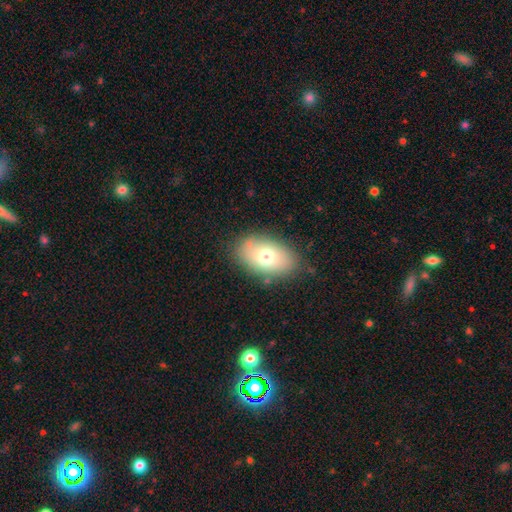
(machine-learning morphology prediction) Smooth or featured: smooth — 71% (featured or disk — 20%)
How rounded: in between — 89% (round — 9%)
Merging: none — 81% (minor disturbance — 14%)